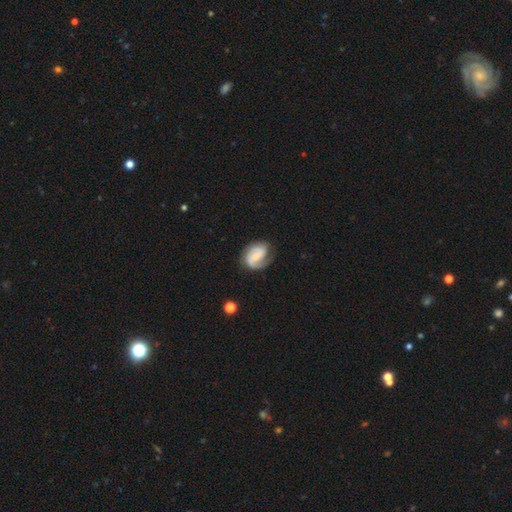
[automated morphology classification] The model was most divided on "bar": no: 45%, weak: 42%, strong: 14%. Remaining: edge-on disk — no (98%); spiral arms — yes (96%); smooth or featured — featured or disk (81%); spiral arm count — 2 (77%); merging — none (69%); bulge size — small (54%); spiral winding — medium (47%).